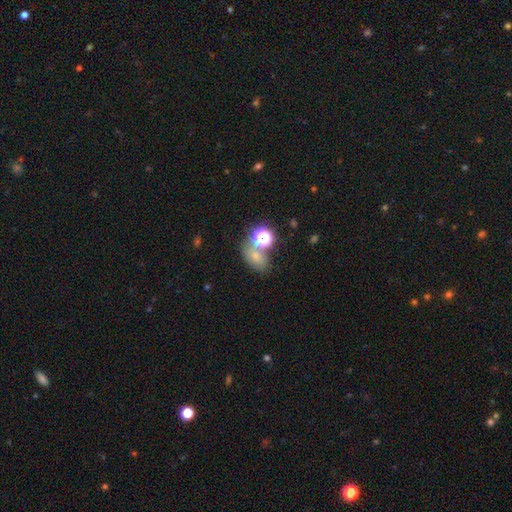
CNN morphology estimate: Smooth or featured: smooth — 61% (star or artifact — 25%)
How rounded: in between — 69% (round — 29%)
Merging: none — 52% (merger — 26%)